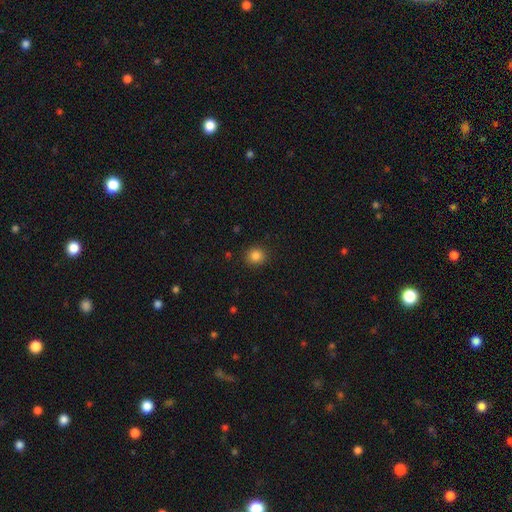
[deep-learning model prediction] smooth 85%, star or artifact 12%, featured or disk 4%. Down the decision tree: how rounded — round (86%); merging — none (90%).